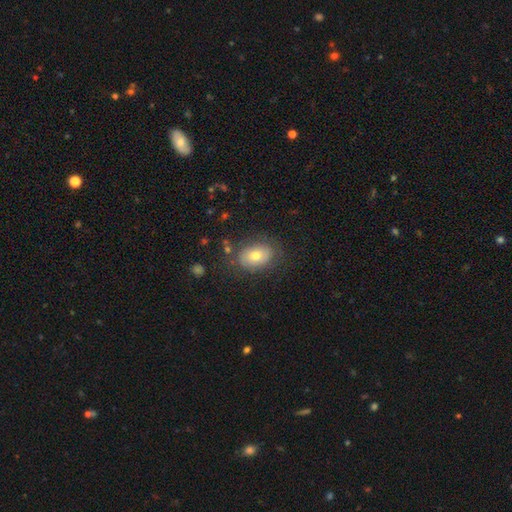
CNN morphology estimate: This is likely a smooth galaxy (70%). How rounded: likely in between (75%). Merging: likely none (78%).